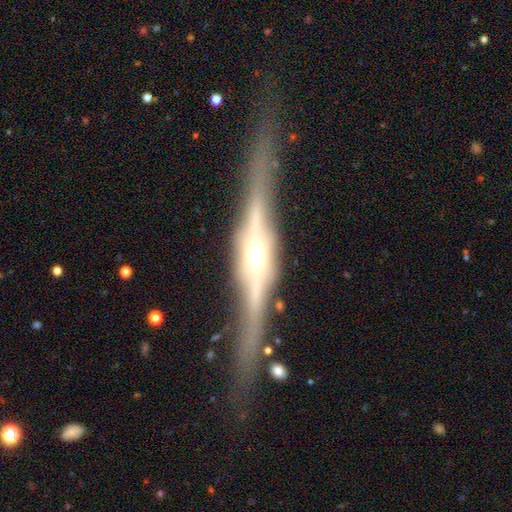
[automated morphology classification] Smooth or featured? Predicted: featured or disk (p=0.86). Edge-on disk? Predicted: yes (p=0.97). Edge-on bulge? Predicted: rounded (p=0.86). Merging? Predicted: none (p=0.84).